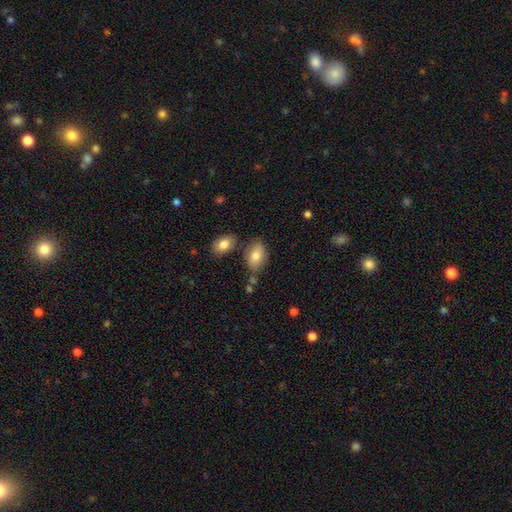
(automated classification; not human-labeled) Smooth or featured?
  - smooth: 78% *
  - featured or disk: 14%
  - star or artifact: 7%
How rounded?
  - in between: 90% *
  - round: 9%
  - cigar-shaped: 2%
Merging?
  - none: 70% *
  - minor disturbance: 16%
  - merger: 10%
  - major disturbance: 4%